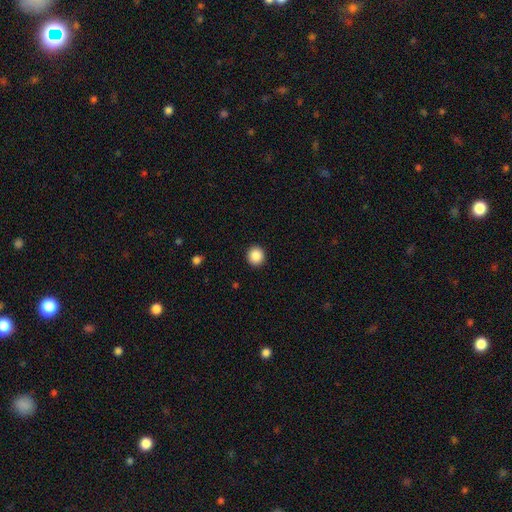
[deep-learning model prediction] smooth 88%, star or artifact 9%, featured or disk 3%. Down the decision tree: how rounded — round (92%); merging — none (93%).